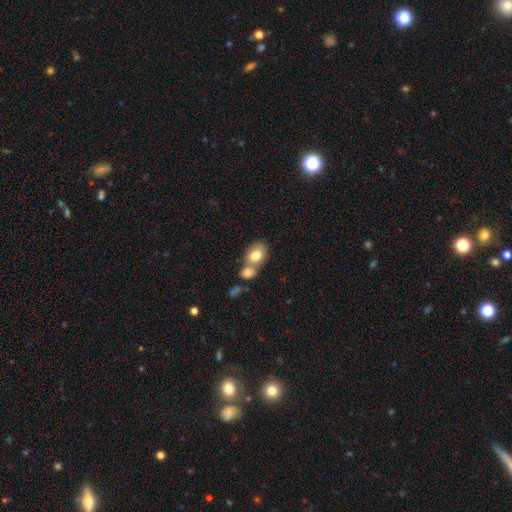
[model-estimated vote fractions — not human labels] Smooth or featured?
  - smooth: 79% *
  - featured or disk: 13%
  - star or artifact: 7%
How rounded?
  - in between: 71% *
  - round: 27%
  - cigar-shaped: 1%
Merging?
  - merger: 58% *
  - none: 30%
  - minor disturbance: 8%
  - major disturbance: 4%